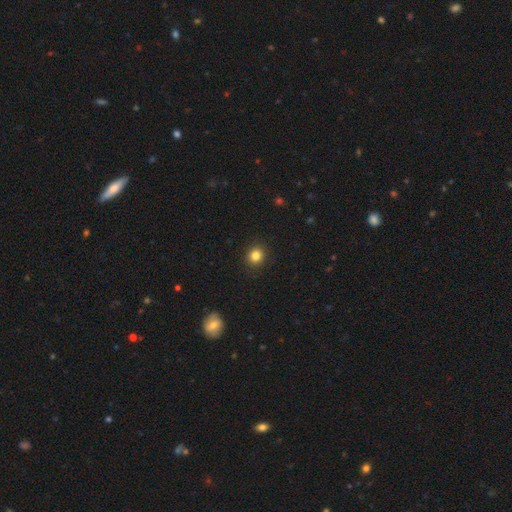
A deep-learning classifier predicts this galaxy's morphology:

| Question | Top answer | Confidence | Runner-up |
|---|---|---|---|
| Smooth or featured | smooth | 84% | star or artifact (11%) |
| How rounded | round | 86% | in between (13%) |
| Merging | none | 91% | minor disturbance (6%) |